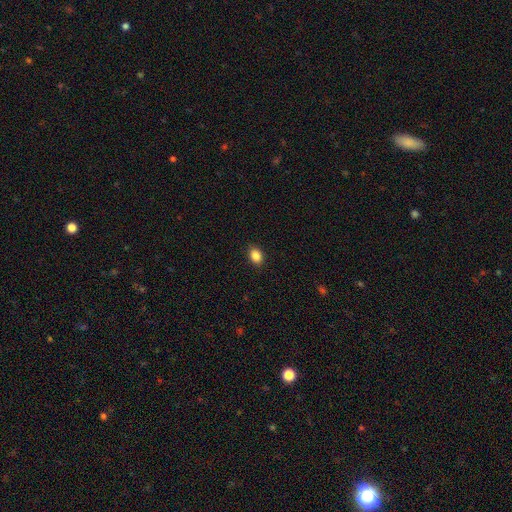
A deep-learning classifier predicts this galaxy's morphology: type=smooth (87%); roundness=in between (71%); merging=none (90%).